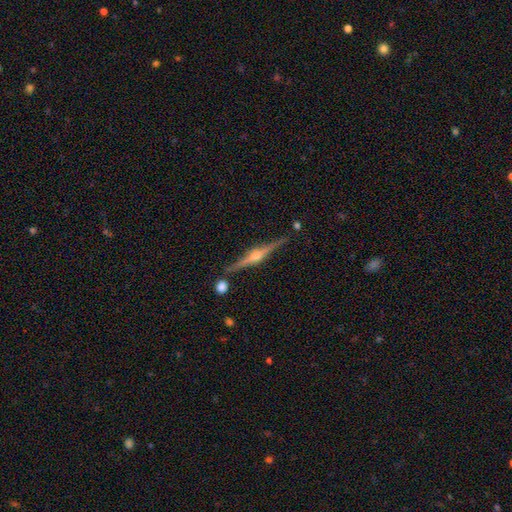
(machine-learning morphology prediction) Smooth or featured? Predicted: featured or disk (p=0.87). Edge-on disk? Predicted: yes (p=0.98). Edge-on bulge? Predicted: rounded (p=0.92). Merging? Predicted: none (p=0.86).